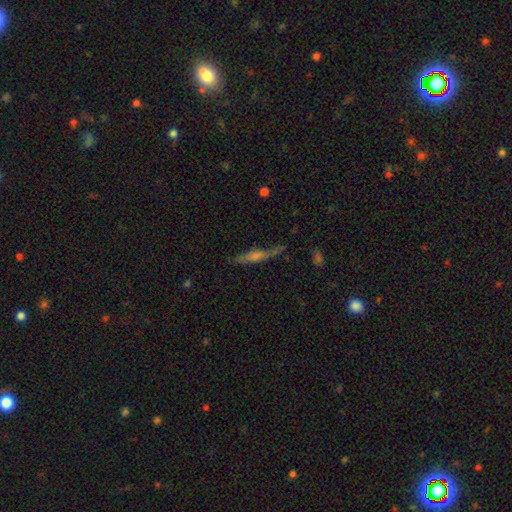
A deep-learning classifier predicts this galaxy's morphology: featured or disk 59%, smooth 32%, star or artifact 9%. Down the decision tree: edge-on disk — yes (92%); edge-on bulge — rounded (61%); merging — none (76%).